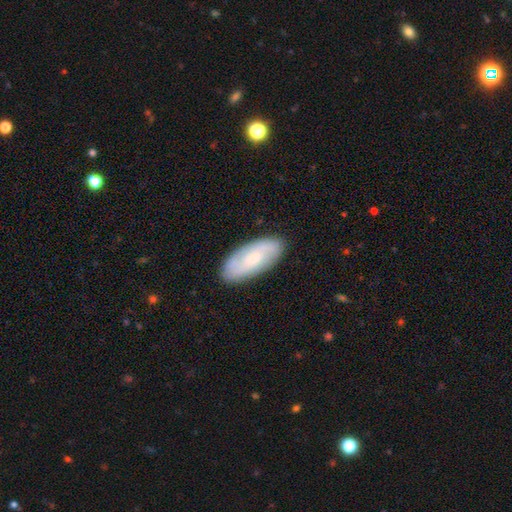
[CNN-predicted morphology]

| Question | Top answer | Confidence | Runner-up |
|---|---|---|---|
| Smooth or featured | featured or disk | 47% | smooth (44%) |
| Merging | none | 87% | minor disturbance (10%) |